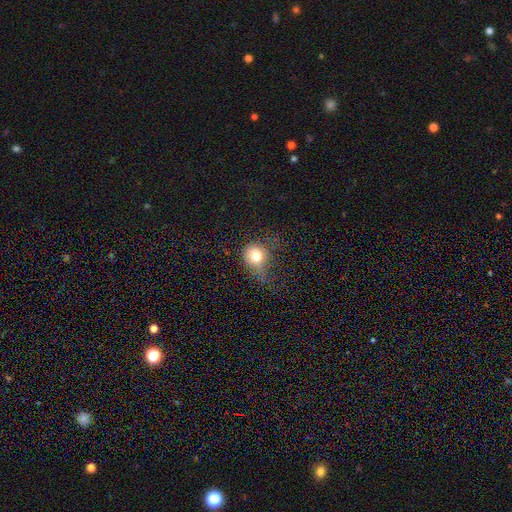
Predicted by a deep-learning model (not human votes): Q: Smooth or featured?
A: smooth (73%); runner-up: featured or disk (14%)
Q: How rounded?
A: round (68%); runner-up: in between (31%)
Q: Merging?
A: none (38%); runner-up: minor disturbance (33%)